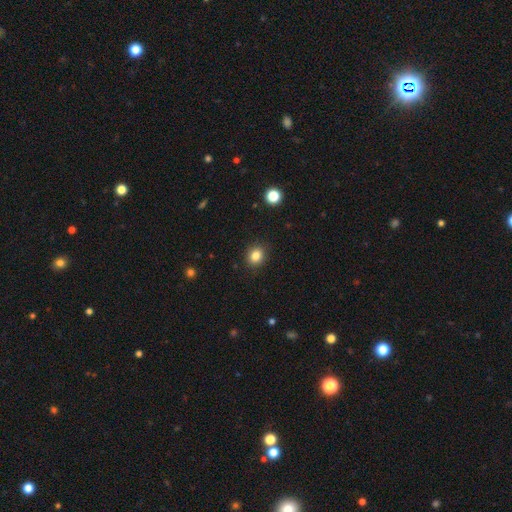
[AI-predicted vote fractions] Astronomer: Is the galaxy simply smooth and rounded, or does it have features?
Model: smooth — 83%.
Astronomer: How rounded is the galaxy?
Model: round — 76%.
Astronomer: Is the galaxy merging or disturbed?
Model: none — 90%.